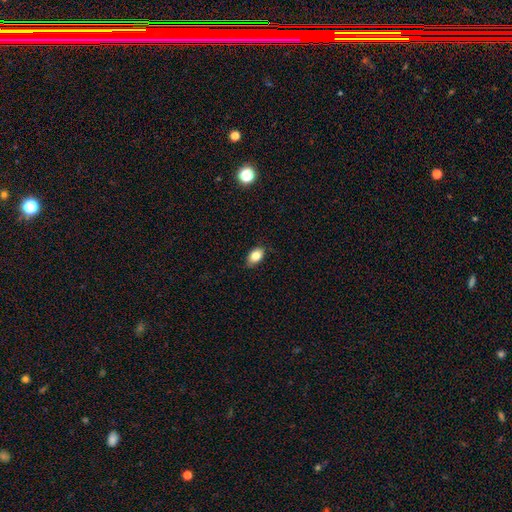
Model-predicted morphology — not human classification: smooth-or-featured: smooth: 82% | featured or disk: 9% | star or artifact: 8%
  how-rounded: in between: 87% | round: 11% | cigar-shaped: 2%
  merging: none: 81% | minor disturbance: 15% | major disturbance: 3% | merger: 1%